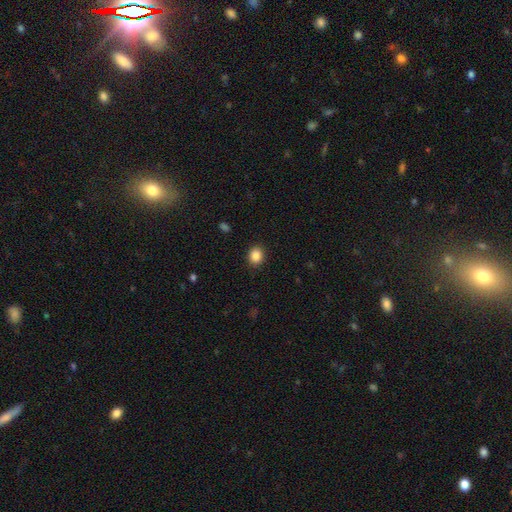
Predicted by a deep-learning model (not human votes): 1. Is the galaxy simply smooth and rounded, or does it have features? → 87% smooth, 10% star or artifact, 3% featured or disk.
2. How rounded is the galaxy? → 69% round, 30% in between, 1% cigar-shaped.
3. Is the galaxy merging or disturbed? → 90% none, 7% minor disturbance, 2% major disturbance, 1% merger.